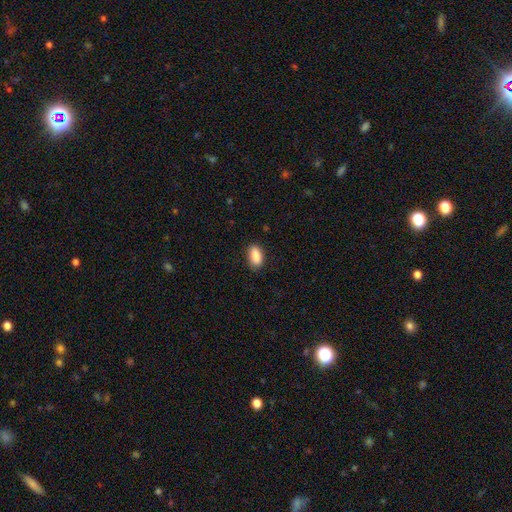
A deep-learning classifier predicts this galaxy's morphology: Smooth or featured? Predicted: smooth (p=0.89). How rounded? Predicted: in between (p=0.91). Merging? Predicted: none (p=0.86).